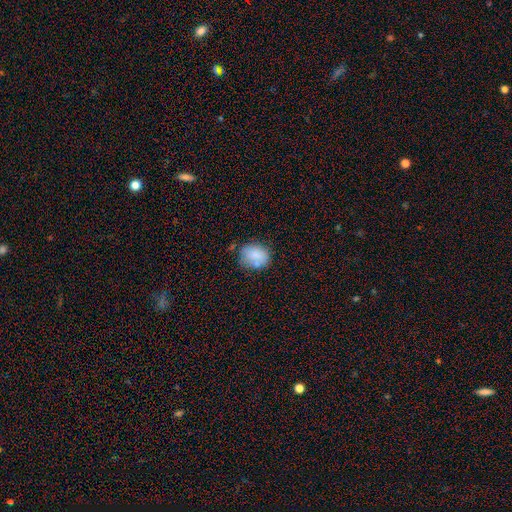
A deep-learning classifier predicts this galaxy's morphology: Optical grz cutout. It shows a smooth galaxy with no disk features (80%) that is round (53%). Merging: none (64%).